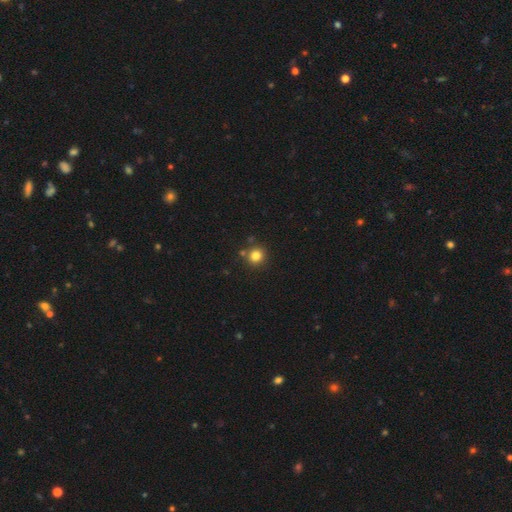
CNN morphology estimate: Smooth or featured? Predicted: smooth (p=0.82). How rounded? Predicted: round (p=0.91). Merging? Predicted: none (p=0.83).